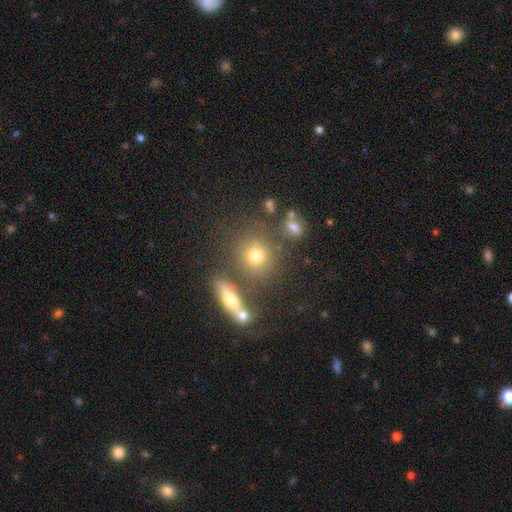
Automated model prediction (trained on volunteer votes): Smooth or featured?
  - smooth: 72% *
  - star or artifact: 15%
  - featured or disk: 13%
How rounded?
  - round: 77% *
  - in between: 20%
  - cigar-shaped: 3%
Merging?
  - none: 68% *
  - merger: 16%
  - minor disturbance: 11%
  - major disturbance: 5%